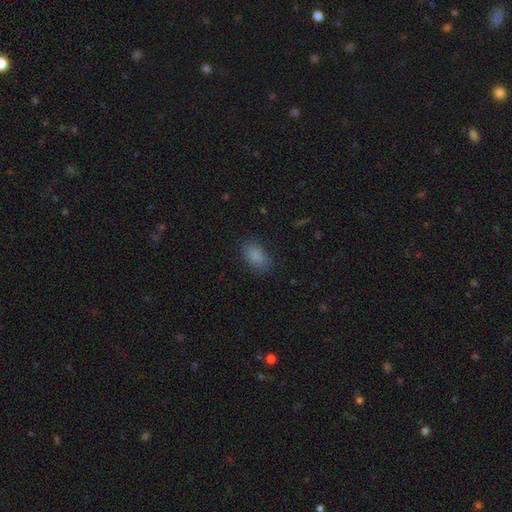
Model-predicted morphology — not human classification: Smooth or featured? smooth (86%)
How rounded? in between (91%)
Merging? none (84%)